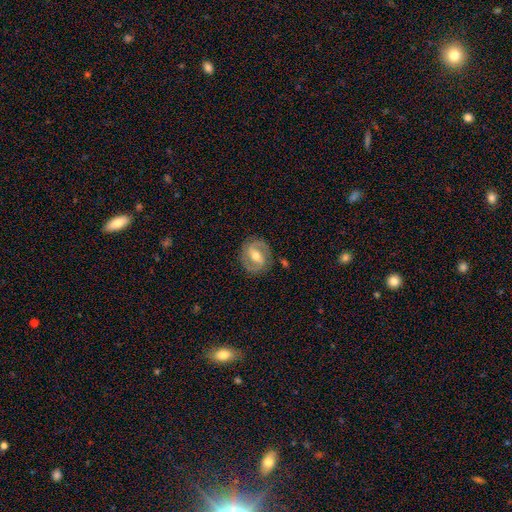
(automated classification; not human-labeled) Q: Smooth or featured?
A: featured or disk (77%); runner-up: smooth (18%)
Q: Edge-on disk?
A: no (96%); runner-up: yes (4%)
Q: Bar?
A: weak (44%); runner-up: strong (39%)
Q: Spiral arms?
A: yes (87%); runner-up: no (13%)
Q: Spiral winding?
A: medium (49%); runner-up: tight (37%)
Q: Spiral arm count?
A: 2 (87%); runner-up: can't tell (6%)
Q: Bulge size?
A: moderate (71%); runner-up: small (20%)
Q: Merging?
A: none (82%); runner-up: minor disturbance (12%)